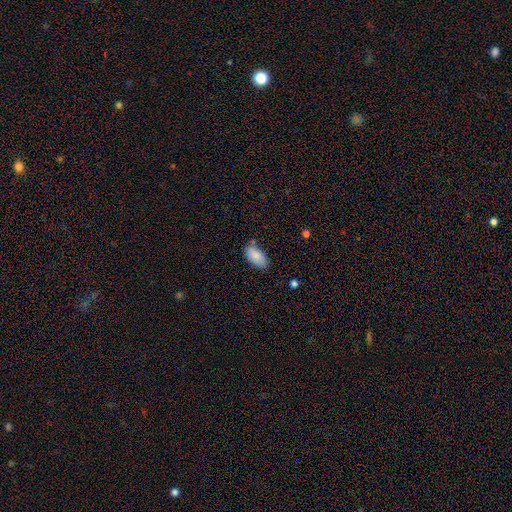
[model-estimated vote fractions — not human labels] smooth 85%, featured or disk 8%, star or artifact 7%. Down the decision tree: how rounded — in between (95%); merging — none (69%).